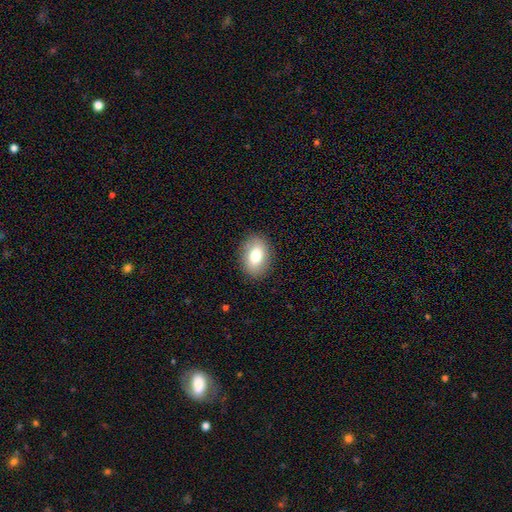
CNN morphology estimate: Q: Smooth or featured?
A: smooth (76%); runner-up: featured or disk (16%)
Q: How rounded?
A: in between (79%); runner-up: round (20%)
Q: Merging?
A: none (88%); runner-up: minor disturbance (9%)